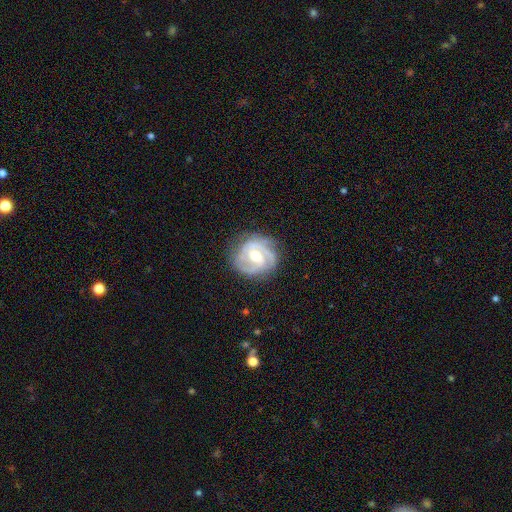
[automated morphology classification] Smooth or featured? featured or disk (85%)
Edge-on disk? no (98%)
Bar? weak (44%)
Spiral arms? yes (95%)
Spiral winding? tight (53%)
Spiral arm count? 2 (38%)
Bulge size? moderate (71%)
Merging? none (75%)